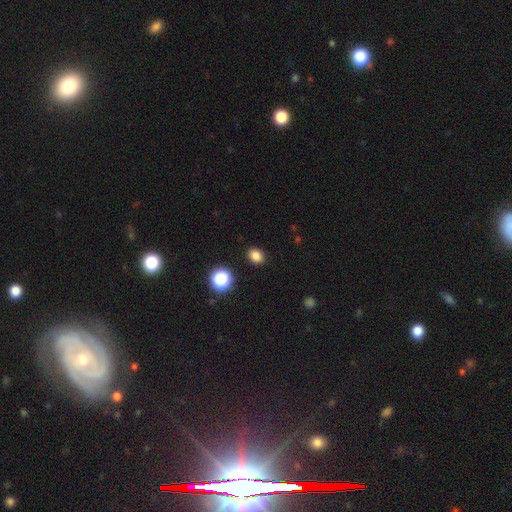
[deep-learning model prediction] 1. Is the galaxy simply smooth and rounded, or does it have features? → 82% smooth, 14% star or artifact, 4% featured or disk.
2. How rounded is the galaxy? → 52% in between, 47% round, 1% cigar-shaped.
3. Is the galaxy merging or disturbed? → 90% none, 7% minor disturbance, 2% major disturbance, 1% merger.